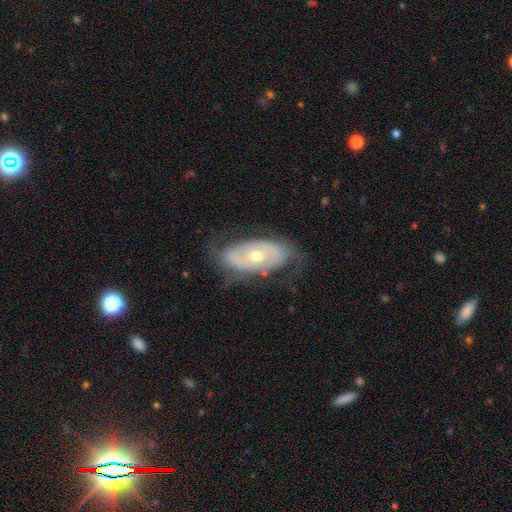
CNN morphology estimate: Overall: featured or disk (69%). Edge-on disk: no (91%). Bar: no (78%). Spiral arms: yes (60%; no 40%). Bulge size: moderate (59%; small 37%). Merging: none (68%).